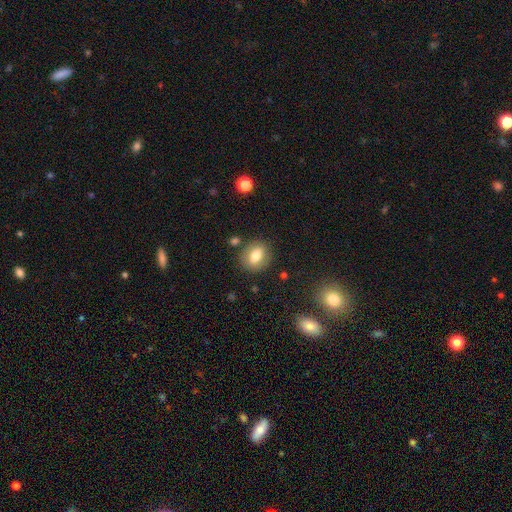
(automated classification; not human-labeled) This appears to be a smooth galaxy with no disk features (76%) that is round (52%). Merging: none (82%).